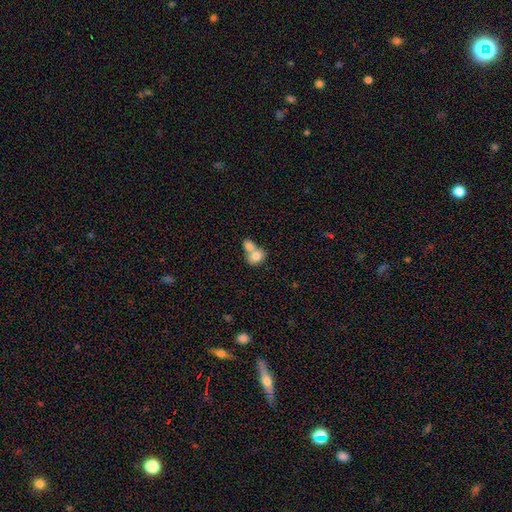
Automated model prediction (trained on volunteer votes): This is likely a smooth galaxy (77%). How rounded: possibly in between (52%). Merging: likely merger (70%).